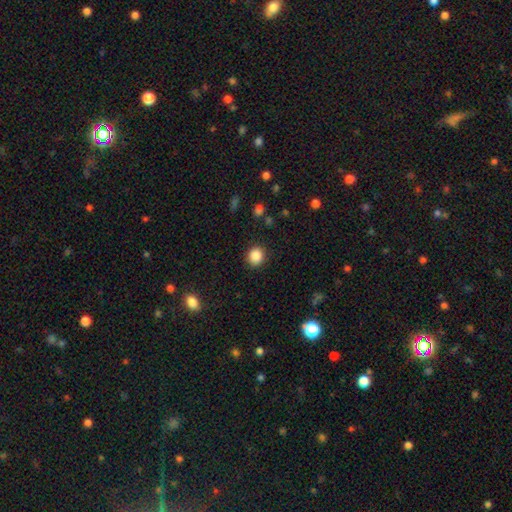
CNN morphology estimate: Q: Smooth or featured?
A: smooth (87%); runner-up: star or artifact (10%)
Q: How rounded?
A: round (84%); runner-up: in between (15%)
Q: Merging?
A: none (88%); runner-up: minor disturbance (8%)